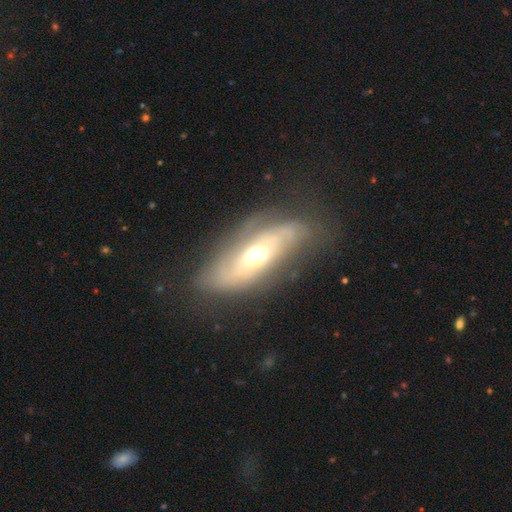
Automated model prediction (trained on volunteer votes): A featured or disk galaxy (73%) with no bar (66%), spiral arms (76%) and a moderate central bulge (68%). Merging: none (61%).